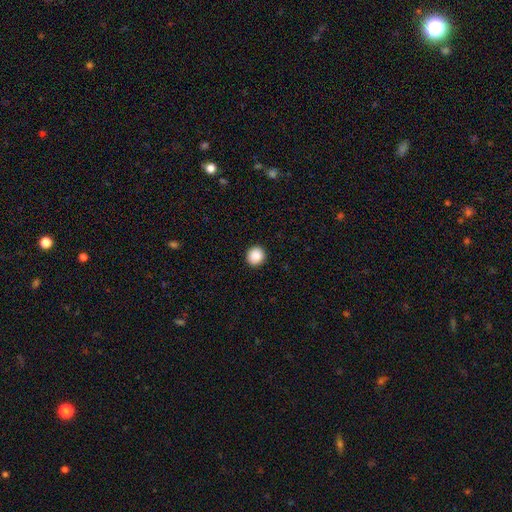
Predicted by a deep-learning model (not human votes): smooth-or-featured: smooth: 89% | star or artifact: 9% | featured or disk: 2%
  how-rounded: round: 93% | in between: 6% | cigar-shaped: 1%
  merging: none: 93% | minor disturbance: 4% | major disturbance: 2% | merger: 1%